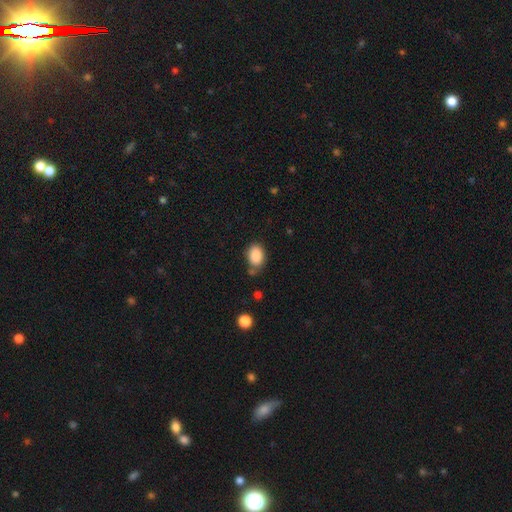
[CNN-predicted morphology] Q: Smooth or featured?
A: smooth (88%); runner-up: star or artifact (8%)
Q: How rounded?
A: in between (79%); runner-up: round (20%)
Q: Merging?
A: none (66%); runner-up: minor disturbance (20%)